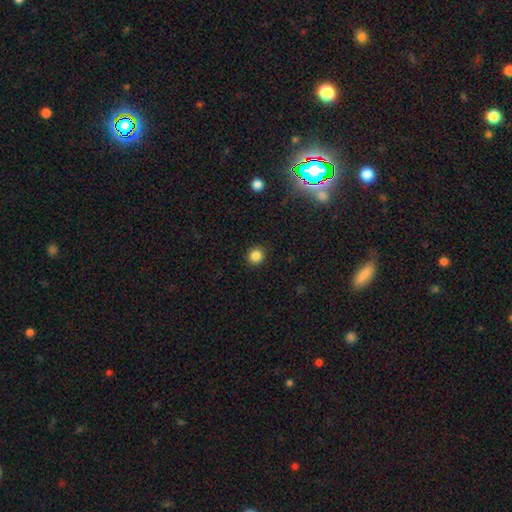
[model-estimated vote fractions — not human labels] smooth 85%, star or artifact 12%, featured or disk 4%. Down the decision tree: how rounded — round (92%); merging — none (92%).